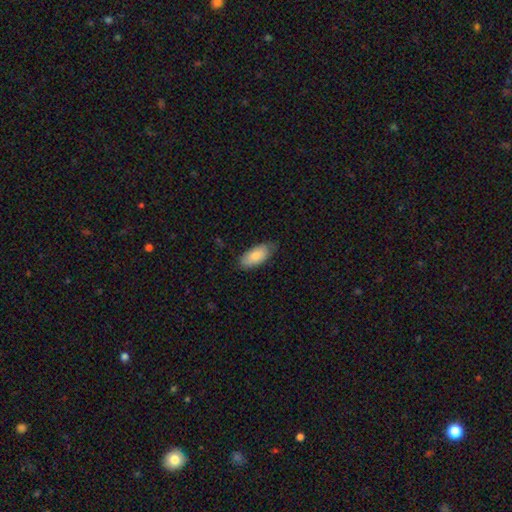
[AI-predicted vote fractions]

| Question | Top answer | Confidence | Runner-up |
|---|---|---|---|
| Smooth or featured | smooth | 80% | featured or disk (14%) |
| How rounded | in between | 91% | cigar-shaped (7%) |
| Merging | none | 74% | minor disturbance (22%) |